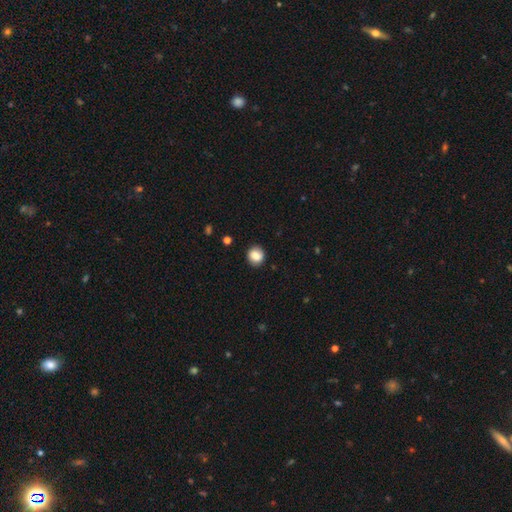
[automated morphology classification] Q: Smooth or featured?
A: smooth (86%); runner-up: star or artifact (9%)
Q: How rounded?
A: round (84%); runner-up: in between (15%)
Q: Merging?
A: none (86%); runner-up: minor disturbance (10%)